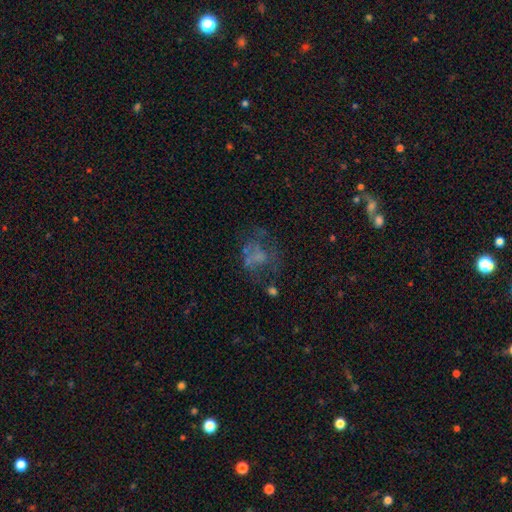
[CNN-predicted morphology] Smooth or featured?
  - featured or disk: 43% *
  - smooth: 38%
  - star or artifact: 20%
Merging?
  - none: 41% *
  - major disturbance: 32%
  - minor disturbance: 18%
  - merger: 8%